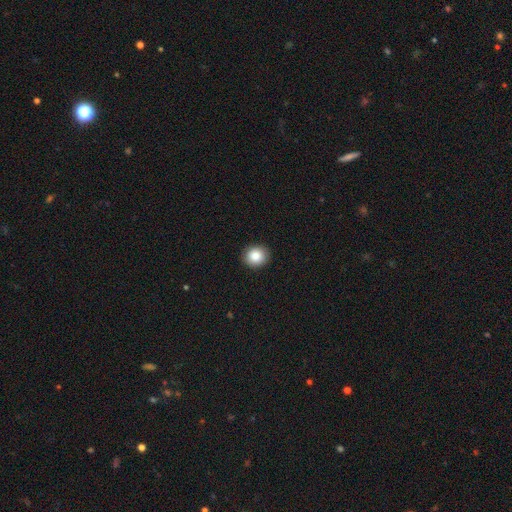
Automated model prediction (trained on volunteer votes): This is clearly a smooth galaxy (85%). How rounded: clearly round (82%). Merging: clearly none (92%).